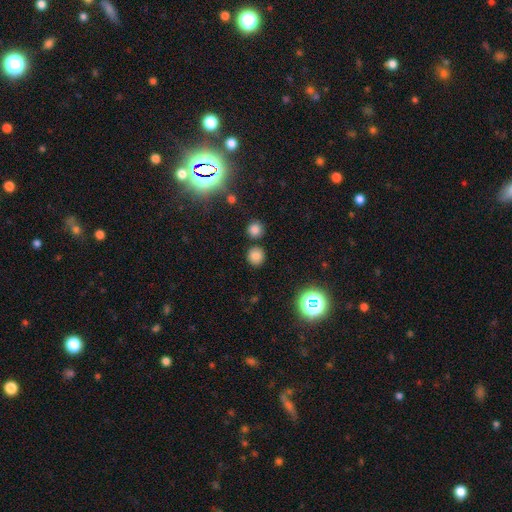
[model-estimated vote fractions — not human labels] Smooth or featured: smooth — 77% (star or artifact — 17%)
How rounded: round — 89% (in between — 10%)
Merging: none — 83% (merger — 8%)